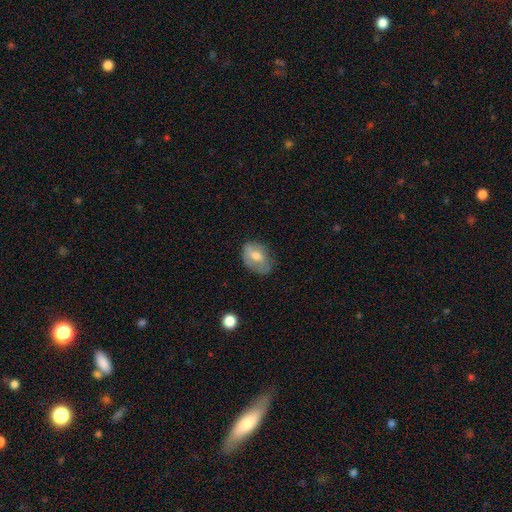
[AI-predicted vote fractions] Smooth or featured: smooth — 59% (featured or disk — 33%)
How rounded: in between — 77% (round — 21%)
Merging: none — 66% (minor disturbance — 25%)